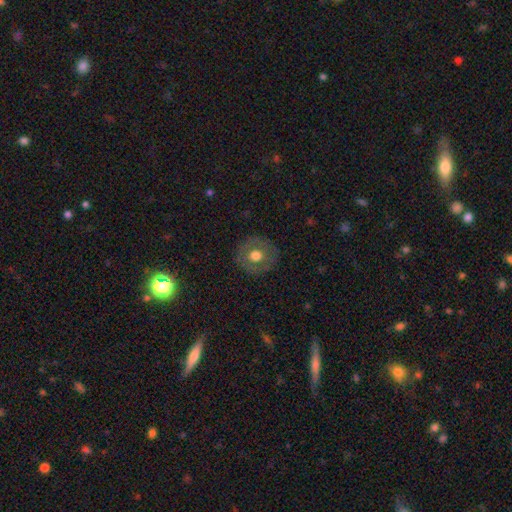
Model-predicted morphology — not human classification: type=smooth (58%); roundness=round (87%); merging=none (84%).